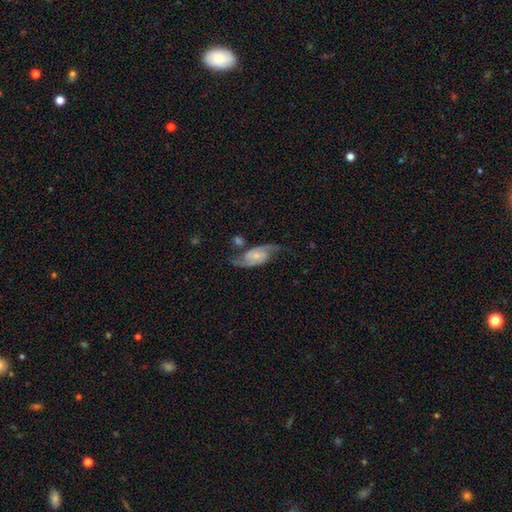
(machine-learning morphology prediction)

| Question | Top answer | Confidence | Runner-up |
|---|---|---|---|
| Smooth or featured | featured or disk | 85% | smooth (9%) |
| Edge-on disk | no | 96% | yes (4%) |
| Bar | no | 52% | weak (37%) |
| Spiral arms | yes | 97% | no (3%) |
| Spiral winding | medium | 44% | loose (41%) |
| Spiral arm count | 2 | 93% | can't tell (3%) |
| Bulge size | small | 59% | moderate (24%) |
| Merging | none | 65% | minor disturbance (18%) |